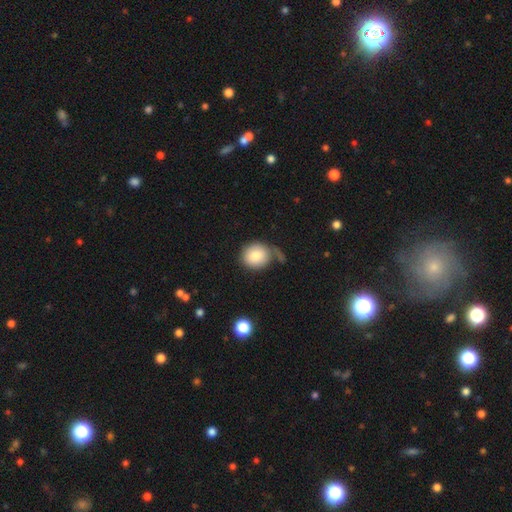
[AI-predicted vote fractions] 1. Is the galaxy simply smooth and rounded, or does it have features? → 82% smooth, 10% featured or disk, 8% star or artifact.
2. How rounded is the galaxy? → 82% round, 17% in between, 1% cigar-shaped.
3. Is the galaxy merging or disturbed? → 56% none, 21% minor disturbance, 12% major disturbance, 12% merger.